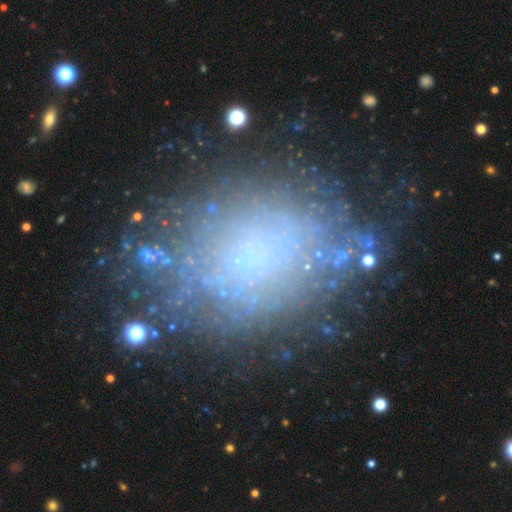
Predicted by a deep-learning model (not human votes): The model was most divided on "smooth or featured": featured or disk: 47%, smooth: 35%, star or artifact: 17%. More confident: merging — none (64%).